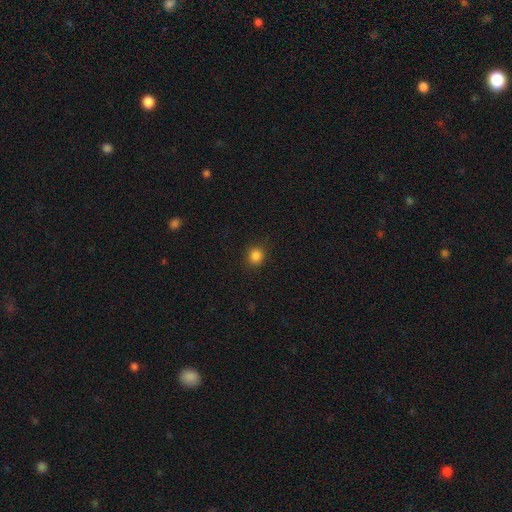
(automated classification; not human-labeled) This is clearly a smooth galaxy (84%). How rounded: clearly round (86%). Merging: clearly none (90%).